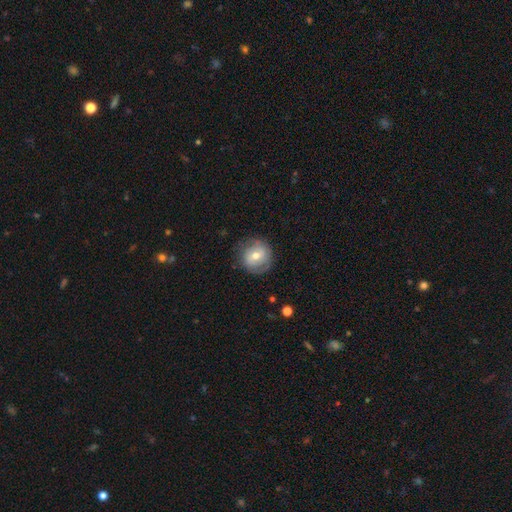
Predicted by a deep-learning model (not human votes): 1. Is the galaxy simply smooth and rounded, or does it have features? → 50% smooth, 42% featured or disk, 8% star or artifact.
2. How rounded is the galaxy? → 89% round, 10% in between, 1% cigar-shaped.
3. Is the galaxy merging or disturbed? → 76% none, 16% minor disturbance, 7% major disturbance, 1% merger.